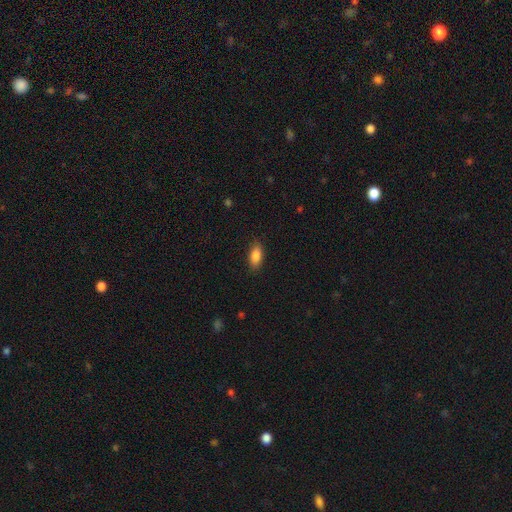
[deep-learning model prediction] Morphology: type=smooth (86%); roundness=in between (87%); merging=none (86%).